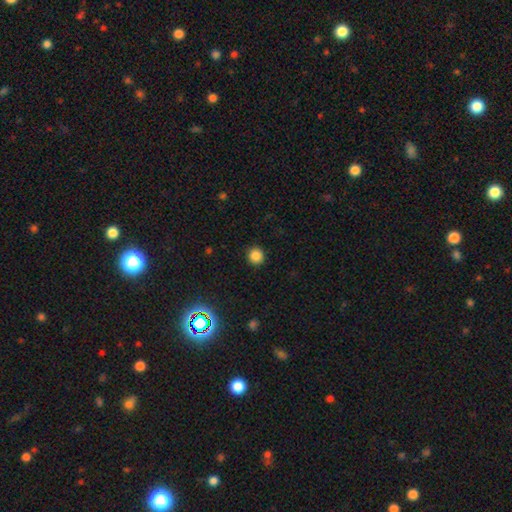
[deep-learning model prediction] smooth_or_featured: smooth (p=0.84) [alt: star or artifact p=0.12]
how_rounded: round (p=0.92) [alt: in between p=0.07]
merging: none (p=0.92) [alt: minor disturbance p=0.05]